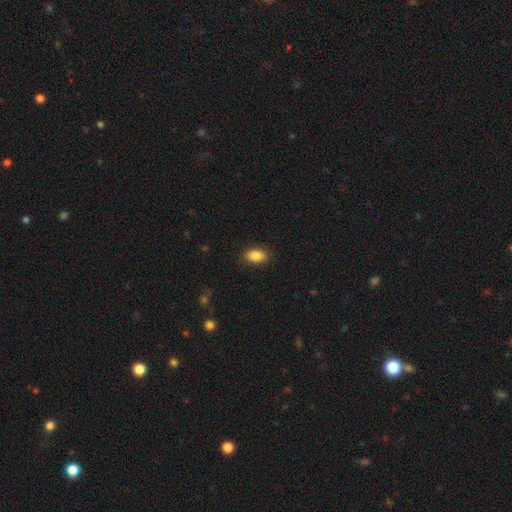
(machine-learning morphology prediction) smooth 86%, star or artifact 8%, featured or disk 7%. Down the decision tree: how rounded — in between (90%); merging — none (88%).